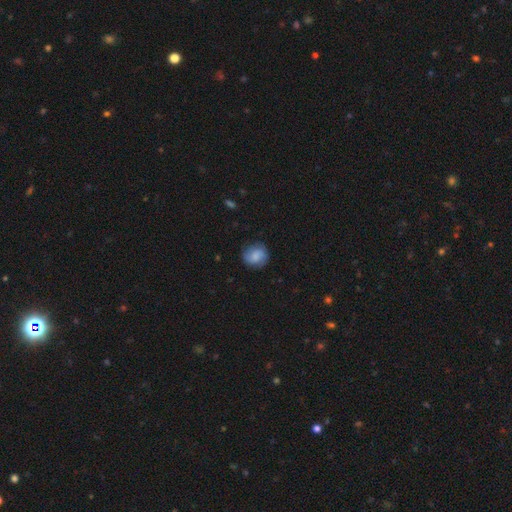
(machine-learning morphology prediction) A smooth galaxy with no disk features (68%) that is round (79%). Merging: none (78%).